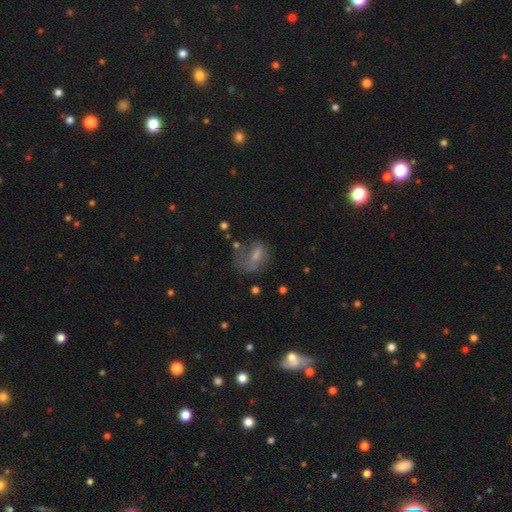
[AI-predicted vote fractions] smooth-or-featured: smooth: 52% | featured or disk: 34% | star or artifact: 14%
  how-rounded: in between: 70% | round: 22% | cigar-shaped: 7%
  merging: major disturbance: 37% | none: 34% | minor disturbance: 24% | merger: 5%